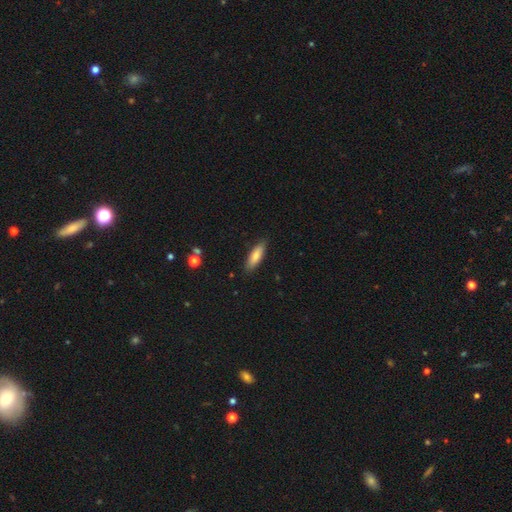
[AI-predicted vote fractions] A smooth galaxy with no disk features (79%) that is in between round and cigar-shaped (52%).

Vote fractions:
- Smooth or featured? smooth: 79% / featured or disk: 15% / star or artifact: 6%
- How rounded? in between: 52% / cigar-shaped: 46% / round: 2%
- Merging? none: 86% / minor disturbance: 10% / major disturbance: 2% / merger: 1%